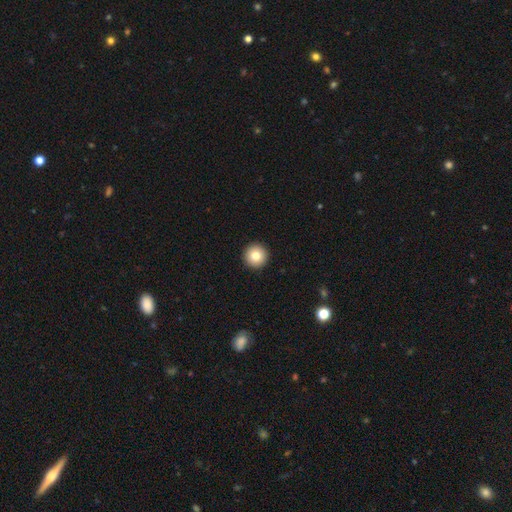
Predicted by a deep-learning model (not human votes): Morphology: type=smooth (81%); roundness=round (97%); merging=none (94%).